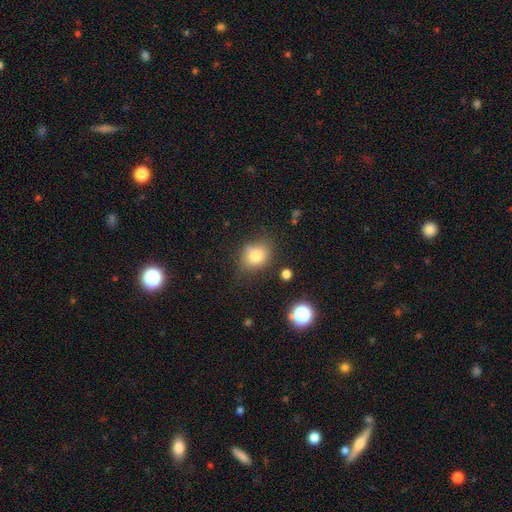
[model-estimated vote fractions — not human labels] Smooth or featured: smooth — 80% (star or artifact — 11%)
How rounded: round — 57% (in between — 42%)
Merging: none — 68% (minor disturbance — 21%)